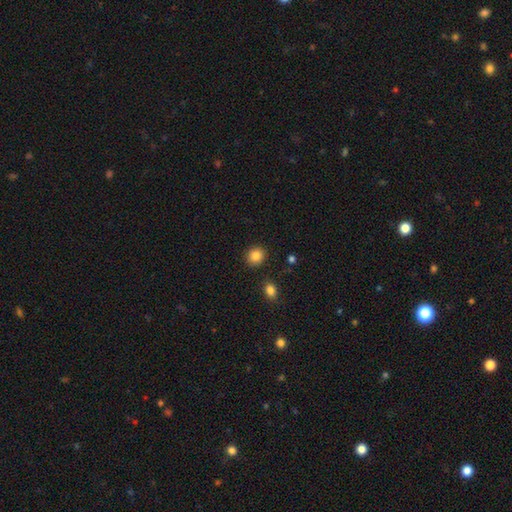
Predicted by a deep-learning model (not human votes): smooth_or_featured: smooth (p=0.86) [alt: star or artifact p=0.10]
how_rounded: round (p=0.82) [alt: in between p=0.17]
merging: none (p=0.89) [alt: minor disturbance p=0.07]